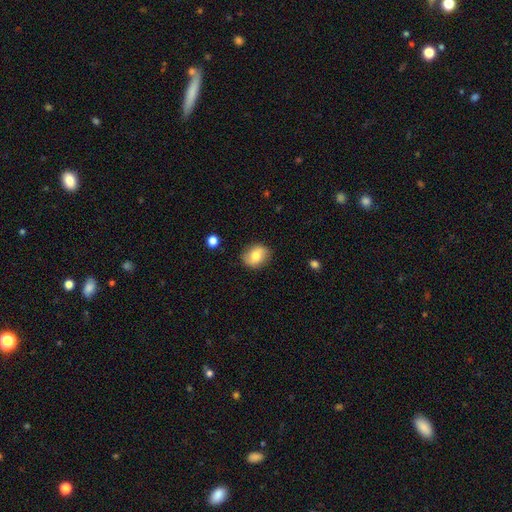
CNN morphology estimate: smooth-or-featured: smooth: 71% | featured or disk: 20% | star or artifact: 8%
  how-rounded: round: 57% | in between: 42% | cigar-shaped: 1%
  merging: none: 84% | minor disturbance: 12% | major disturbance: 3% | merger: 1%